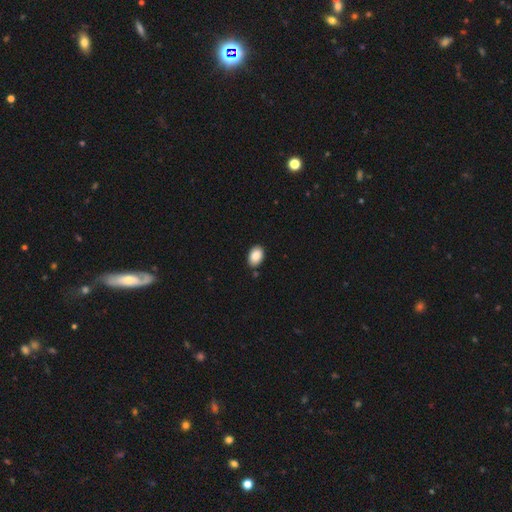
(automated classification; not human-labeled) Q: Smooth or featured?
A: smooth (89%); runner-up: star or artifact (7%)
Q: How rounded?
A: in between (88%); runner-up: round (11%)
Q: Merging?
A: none (86%); runner-up: minor disturbance (10%)